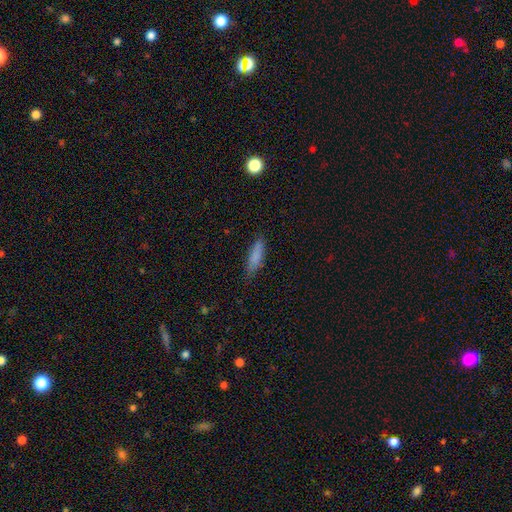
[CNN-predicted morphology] A smooth galaxy with no disk features (82%) that is cigar-shaped (63%).

Vote fractions:
- Smooth or featured? smooth: 82% / featured or disk: 10% / star or artifact: 8%
- How rounded? cigar-shaped: 63% / in between: 35% / round: 2%
- Merging? none: 77% / minor disturbance: 18% / major disturbance: 4% / merger: 1%